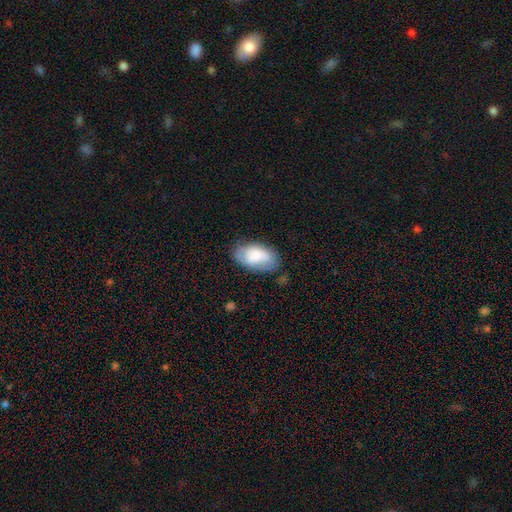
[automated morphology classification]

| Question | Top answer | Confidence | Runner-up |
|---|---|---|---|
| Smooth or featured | smooth | 69% | featured or disk (24%) |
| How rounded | in between | 93% | round (5%) |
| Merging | none | 67% | minor disturbance (24%) |